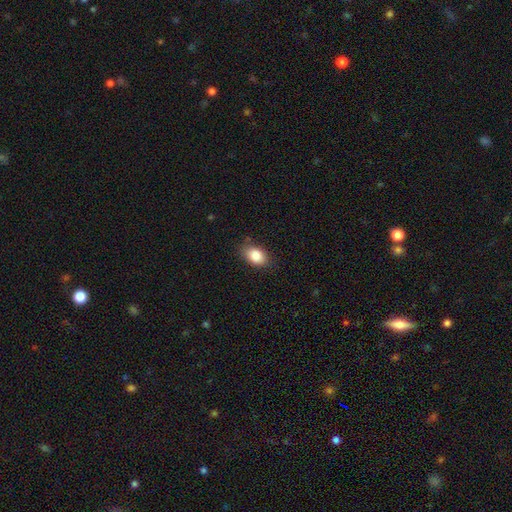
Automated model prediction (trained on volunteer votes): Morphology: type=smooth (86%); roundness=in between (84%); merging=none (82%).